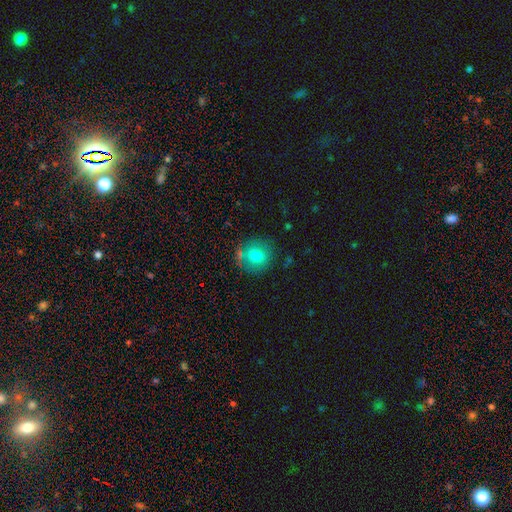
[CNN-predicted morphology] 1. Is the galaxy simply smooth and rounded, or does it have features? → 75% smooth, 15% featured or disk, 10% star or artifact.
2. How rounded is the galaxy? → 90% round, 9% in between, 1% cigar-shaped.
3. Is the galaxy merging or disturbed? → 76% none, 12% minor disturbance, 9% merger, 3% major disturbance.